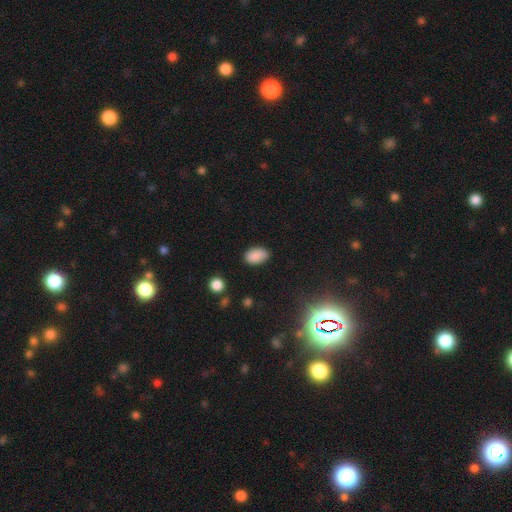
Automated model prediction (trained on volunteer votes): Smooth or featured: smooth — 87% (star or artifact — 9%)
How rounded: in between — 90% (round — 9%)
Merging: none — 81% (minor disturbance — 14%)